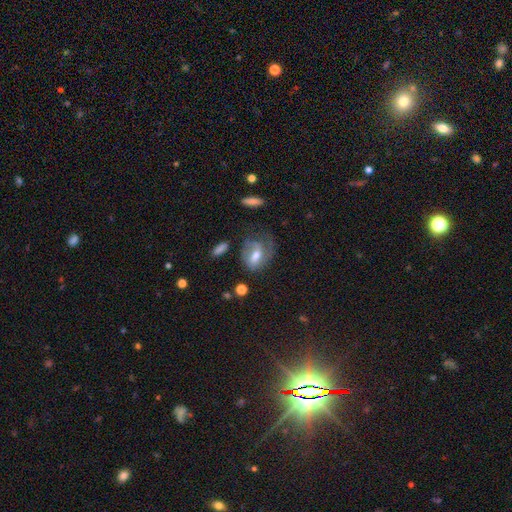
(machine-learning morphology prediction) smooth_or_featured: featured or disk (p=0.49) [alt: smooth p=0.42]
merging: none (p=0.37) [alt: major disturbance p=0.34]